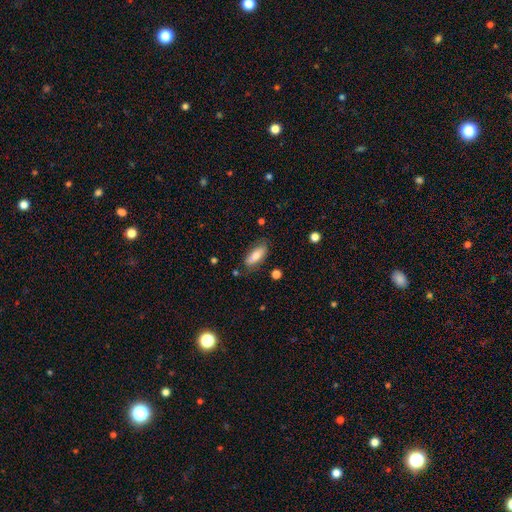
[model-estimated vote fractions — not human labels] Smooth or featured: smooth — 71% (featured or disk — 23%)
How rounded: in between — 72% (cigar-shaped — 26%)
Merging: none — 78% (minor disturbance — 16%)